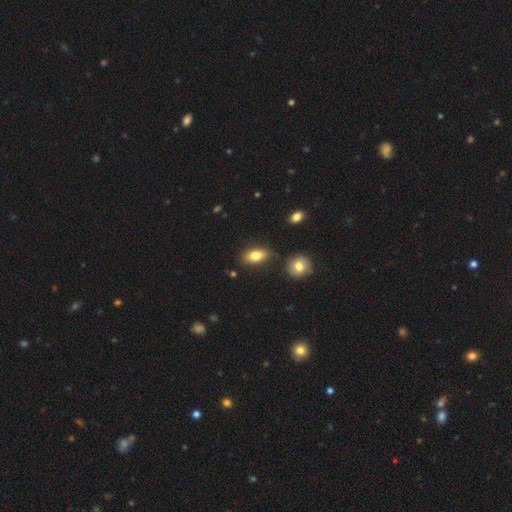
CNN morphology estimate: smooth_or_featured: smooth (p=0.80) [alt: featured or disk p=0.12]
how_rounded: in between (p=0.88) [alt: cigar-shaped p=0.06]
merging: none (p=0.81) [alt: minor disturbance p=0.12]